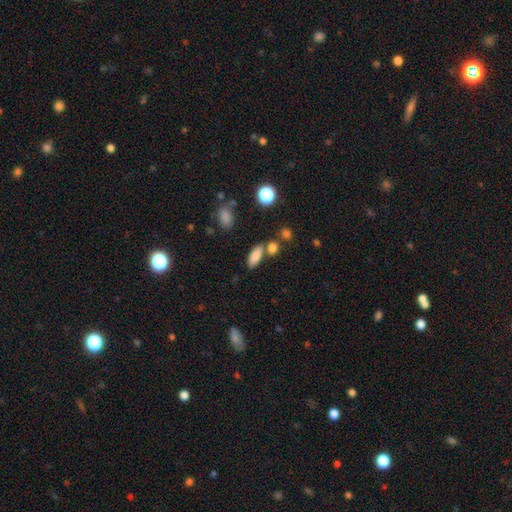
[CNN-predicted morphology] type=smooth (83%); roundness=in between (77%); merging=none (66%).